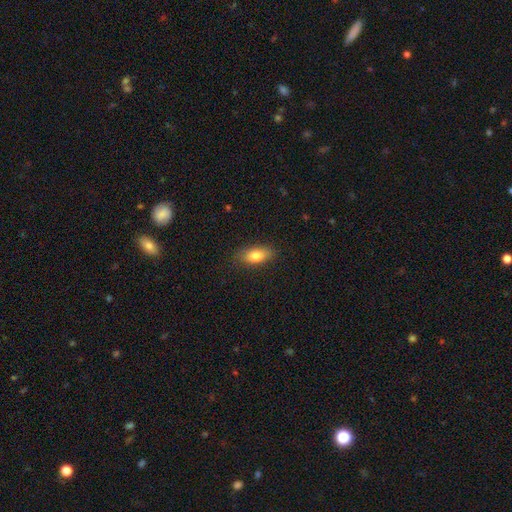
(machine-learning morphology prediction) This is likely a smooth galaxy (79%). How rounded: clearly in between (82%). Merging: clearly none (84%).